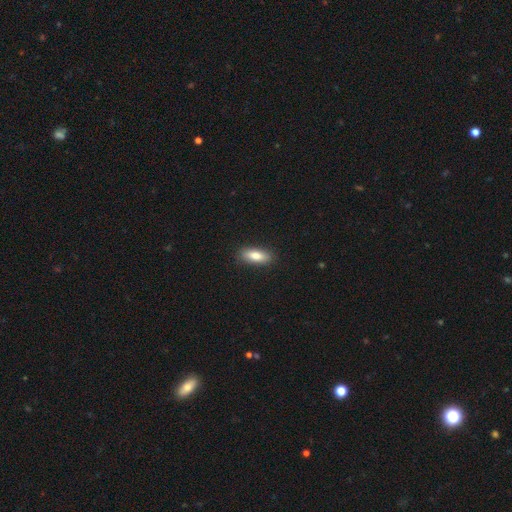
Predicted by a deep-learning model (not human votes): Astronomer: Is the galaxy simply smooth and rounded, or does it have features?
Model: smooth — 81%.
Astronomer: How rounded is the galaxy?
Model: in between — 71%.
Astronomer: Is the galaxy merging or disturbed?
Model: none — 89%.